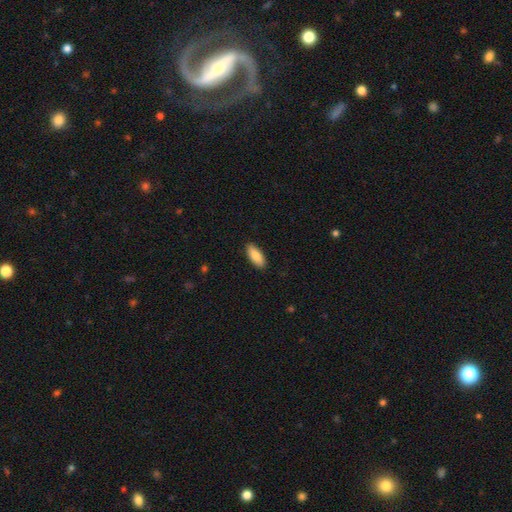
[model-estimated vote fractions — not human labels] Smooth or featured?
  - smooth: 87% *
  - featured or disk: 7%
  - star or artifact: 6%
How rounded?
  - in between: 83% *
  - cigar-shaped: 16%
  - round: 2%
Merging?
  - none: 90% *
  - minor disturbance: 7%
  - major disturbance: 2%
  - merger: 1%